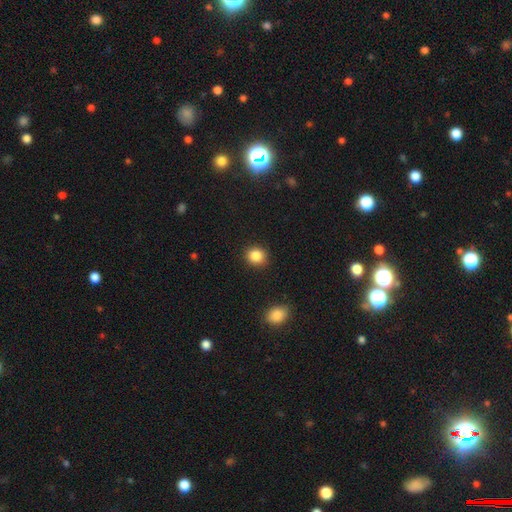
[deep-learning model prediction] This appears to be a smooth galaxy with no disk features (86%) that is round (82%). Merging: none (90%).